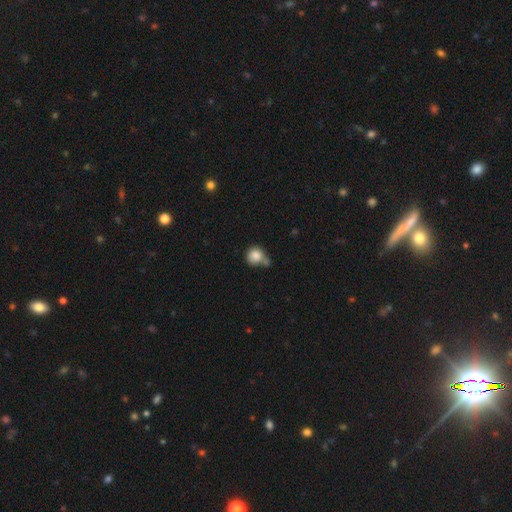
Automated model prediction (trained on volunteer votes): This is clearly a smooth galaxy (85%). How rounded: clearly round (87%). Merging: possibly none (46%).